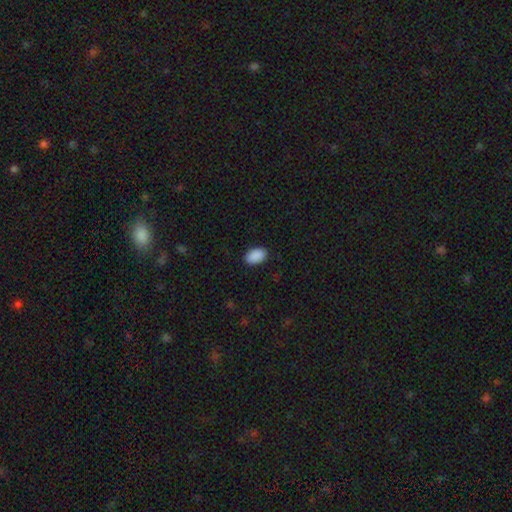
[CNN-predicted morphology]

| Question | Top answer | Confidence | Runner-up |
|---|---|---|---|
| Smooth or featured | smooth | 91% | star or artifact (7%) |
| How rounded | in between | 91% | round (8%) |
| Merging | none | 89% | minor disturbance (8%) |